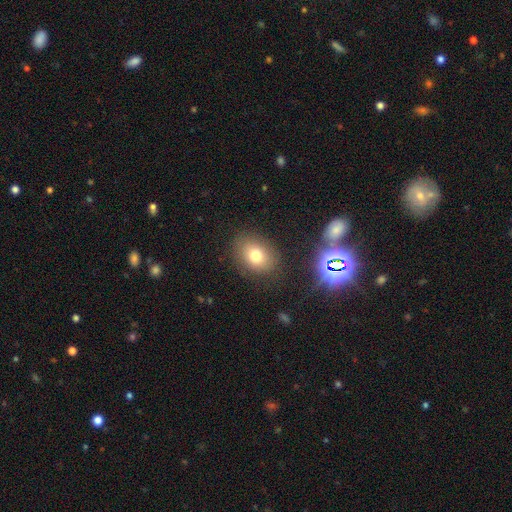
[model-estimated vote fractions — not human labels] Smooth or featured: smooth — 74% (star or artifact — 14%)
How rounded: in between — 59% (round — 40%)
Merging: none — 83% (minor disturbance — 11%)